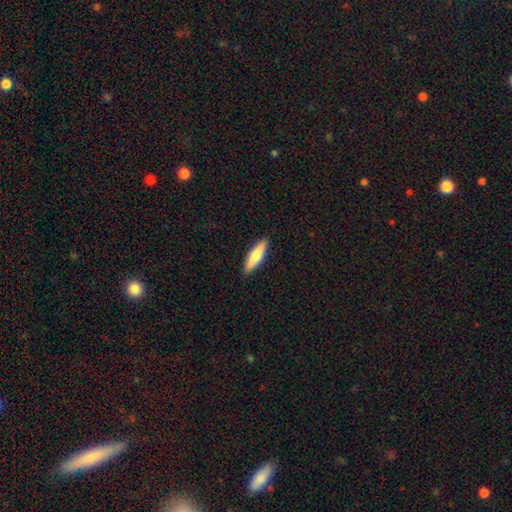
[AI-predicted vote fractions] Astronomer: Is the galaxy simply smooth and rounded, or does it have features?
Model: smooth — 67%.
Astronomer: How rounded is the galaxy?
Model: cigar-shaped — 75%.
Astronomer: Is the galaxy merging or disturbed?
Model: none — 90%.